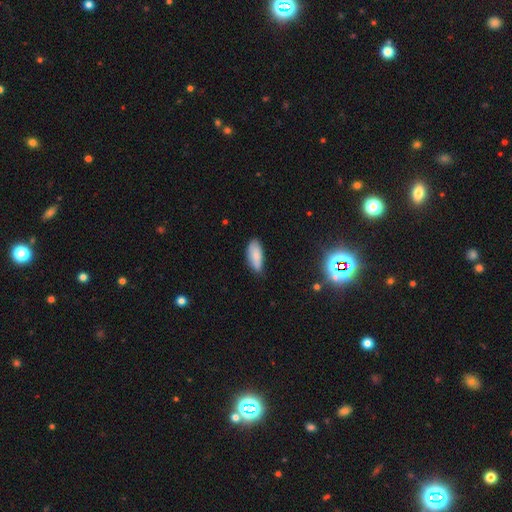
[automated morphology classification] This is clearly a smooth galaxy (81%). How rounded: clearly in between (82%). Merging: likely none (72%).